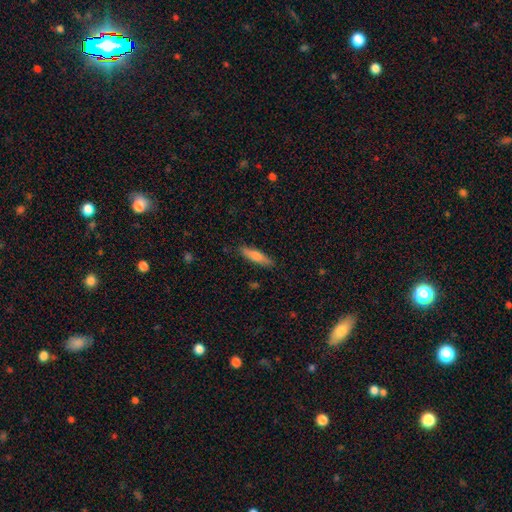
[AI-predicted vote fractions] Smooth or featured? Predicted: smooth (p=0.69). How rounded? Predicted: cigar-shaped (p=0.74). Merging? Predicted: none (p=0.87).